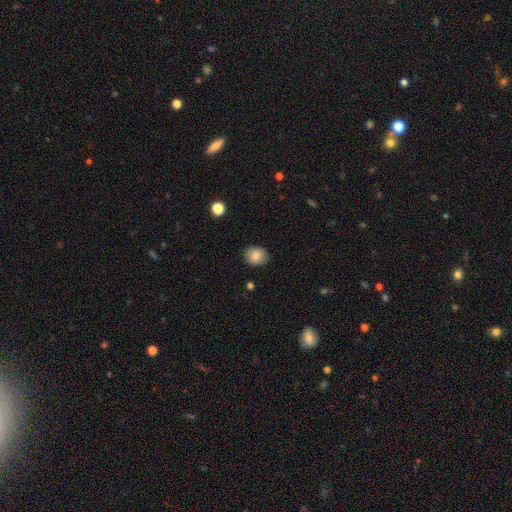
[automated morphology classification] A smooth galaxy with no disk features (84%) that is round (63%). Merging: none (86%).